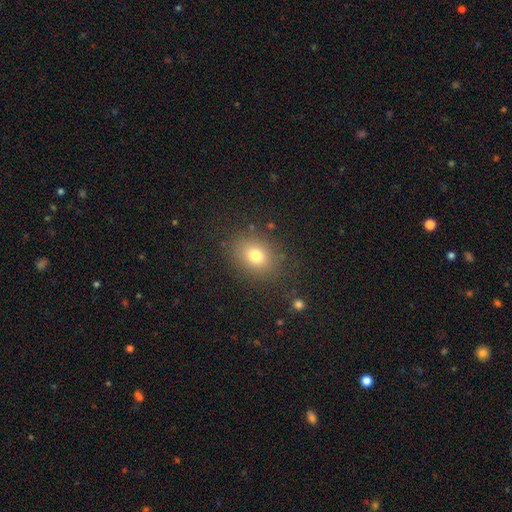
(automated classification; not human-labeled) smooth 76%, star or artifact 14%, featured or disk 11%. Down the decision tree: how rounded — round (51%); merging — none (83%).